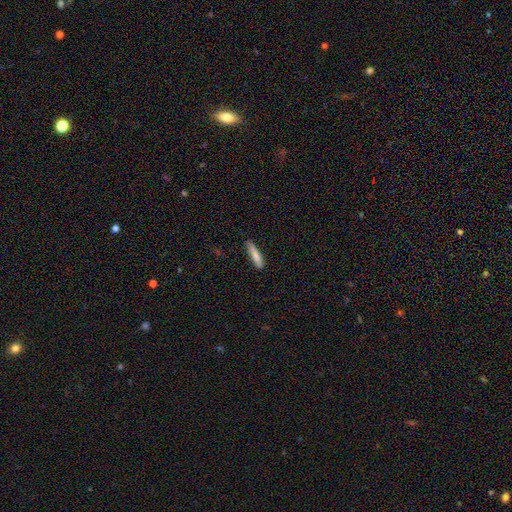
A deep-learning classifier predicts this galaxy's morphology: Overall: smooth (79%). How rounded: cigar-shaped (87%). Merging: none (85%).